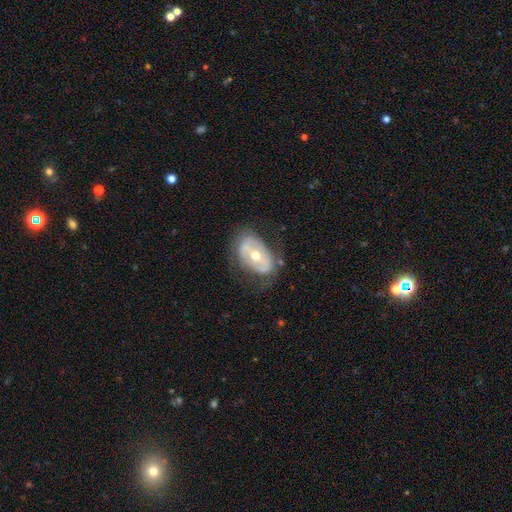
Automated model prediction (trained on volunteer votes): A featured or disk galaxy (68%) with no bar (43%), no spiral arms (60%) and a moderate central bulge (61%). Merging: none (64%).